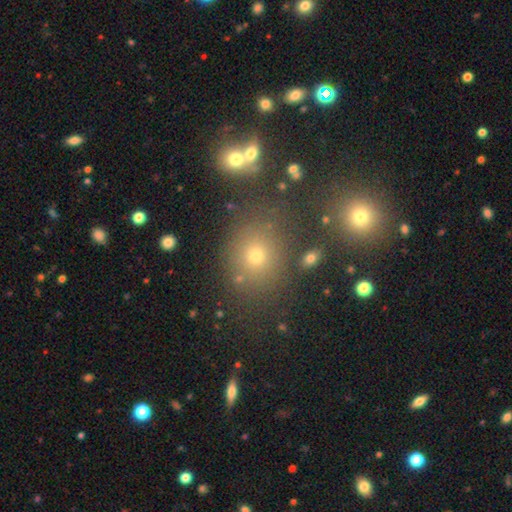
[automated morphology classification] smooth-or-featured: smooth: 68% | star or artifact: 22% | featured or disk: 10%
  how-rounded: round: 72% | in between: 27% | cigar-shaped: 1%
  merging: none: 75% | minor disturbance: 11% | merger: 10% | major disturbance: 5%